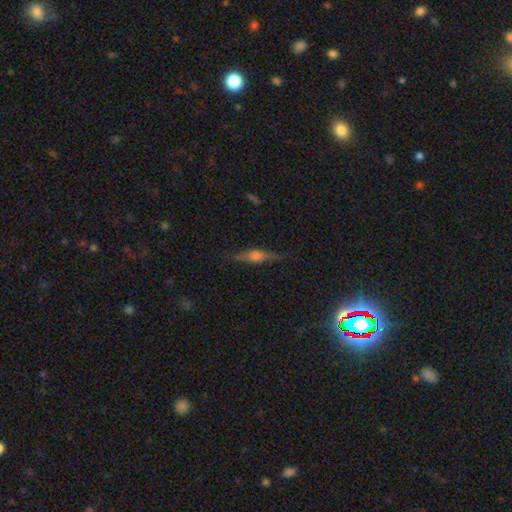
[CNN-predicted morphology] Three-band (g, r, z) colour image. It shows a featured or disk galaxy (71%) viewed edge-on (97%) with a rounded central bulge (87%). Merging: none (86%).